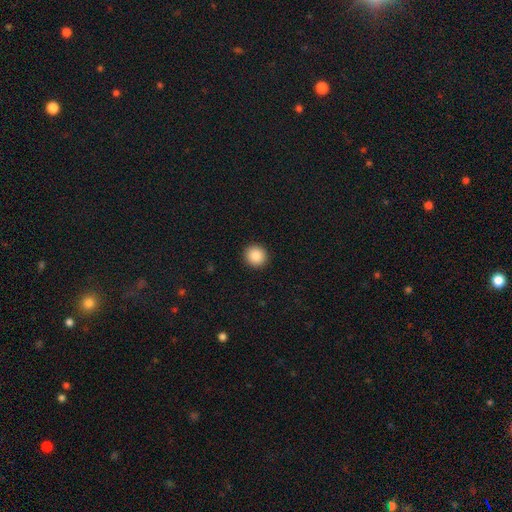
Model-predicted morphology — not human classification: Smooth or featured? Predicted: smooth (p=0.88). How rounded? Predicted: round (p=0.93). Merging? Predicted: none (p=0.93).